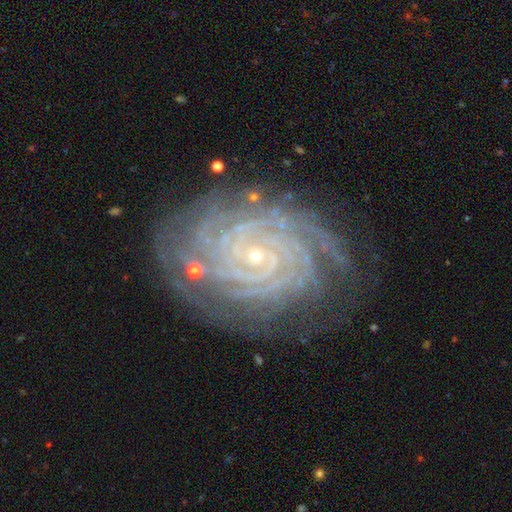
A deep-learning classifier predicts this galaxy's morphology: A featured or disk galaxy (91%) with no bar (68%), more than 4 (27%) tight (88%) spiral arms (99%) and a small central bulge (86%). Merging: none (78%).